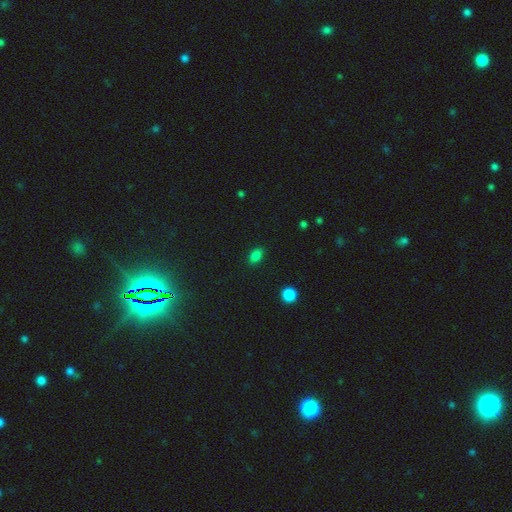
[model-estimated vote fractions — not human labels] Morphology: type=smooth (83%); roundness=in between (83%); merging=none (87%).